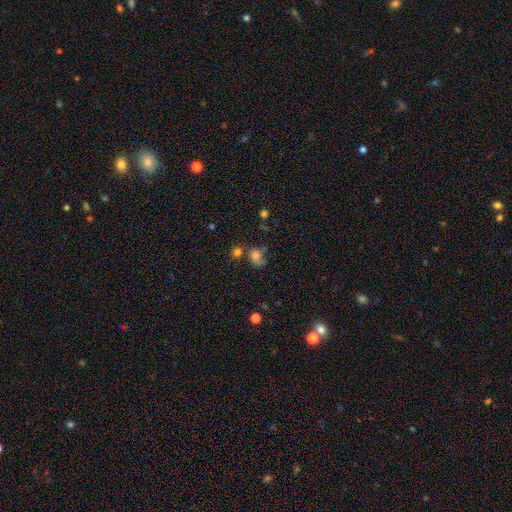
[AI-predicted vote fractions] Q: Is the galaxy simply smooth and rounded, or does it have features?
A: smooth — 74%.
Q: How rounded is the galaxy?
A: round — 54%.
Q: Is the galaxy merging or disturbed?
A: none — 42%.